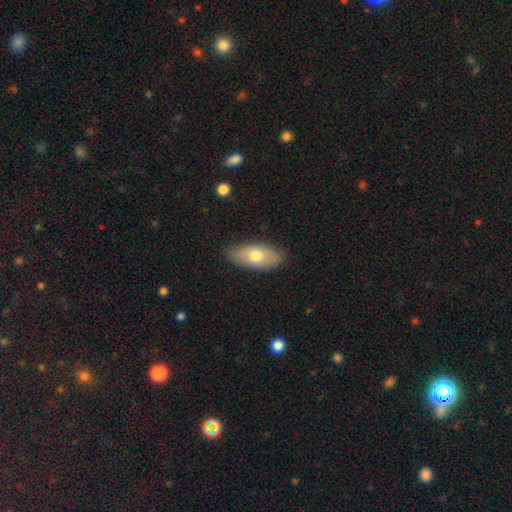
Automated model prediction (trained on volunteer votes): smooth 67%, featured or disk 27%, star or artifact 6%. Down the decision tree: how rounded — in between (89%); merging — none (84%).